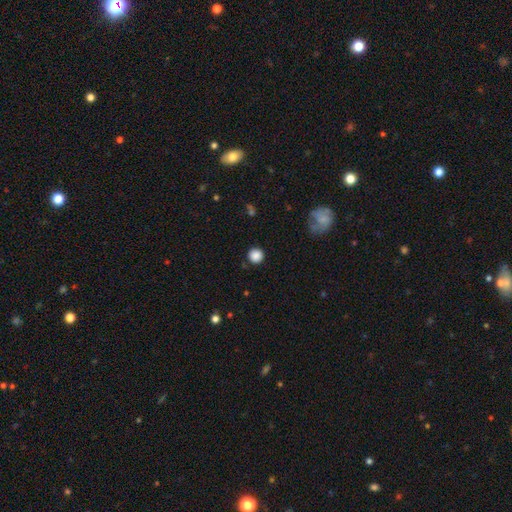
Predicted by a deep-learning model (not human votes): The model was most divided on "smooth or featured": smooth: 87%, star or artifact: 10%, featured or disk: 4%. More confident: how rounded — round (95%); merging — none (89%).